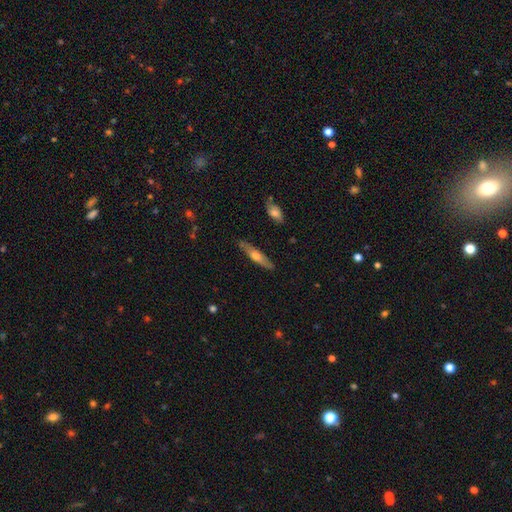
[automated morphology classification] Overall: featured or disk (50%; smooth 43%). Edge-on disk: yes (85%). Merging: none (85%).